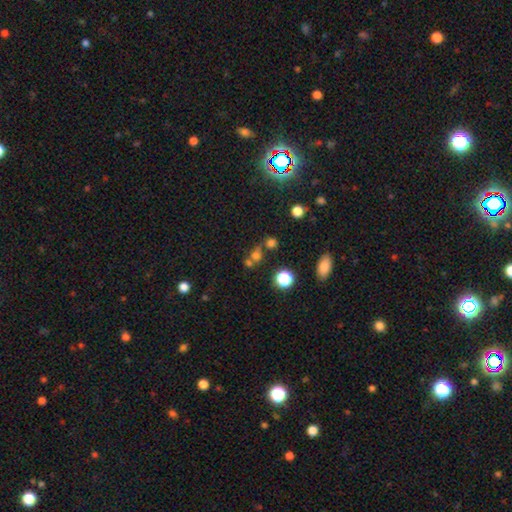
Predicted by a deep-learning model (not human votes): This appears to be a smooth galaxy with no disk features (60%) that is round (79%). Merging: none (52%).